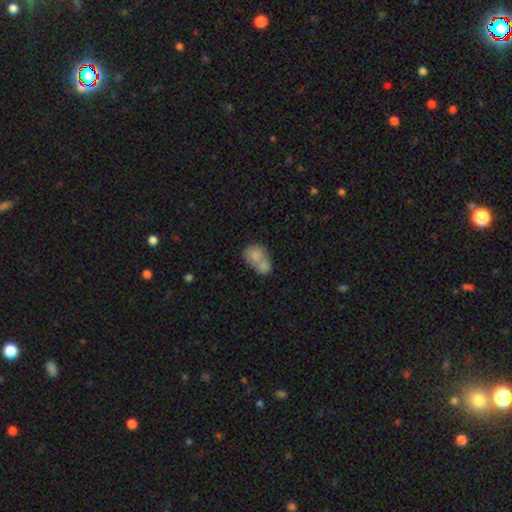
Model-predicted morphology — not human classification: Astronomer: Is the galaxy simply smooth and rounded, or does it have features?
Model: smooth — 78%.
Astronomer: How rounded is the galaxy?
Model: in between — 61% (runner-up: round, 37%).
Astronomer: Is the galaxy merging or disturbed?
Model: merger — 66%.